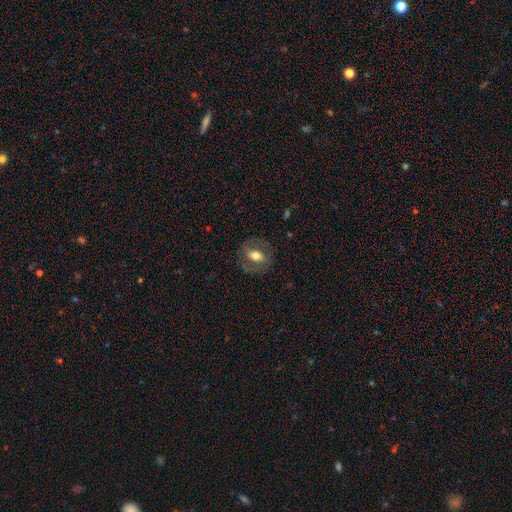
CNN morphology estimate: Q: Smooth or featured?
A: featured or disk (47%); runner-up: smooth (46%)
Q: Merging?
A: none (78%); runner-up: minor disturbance (13%)